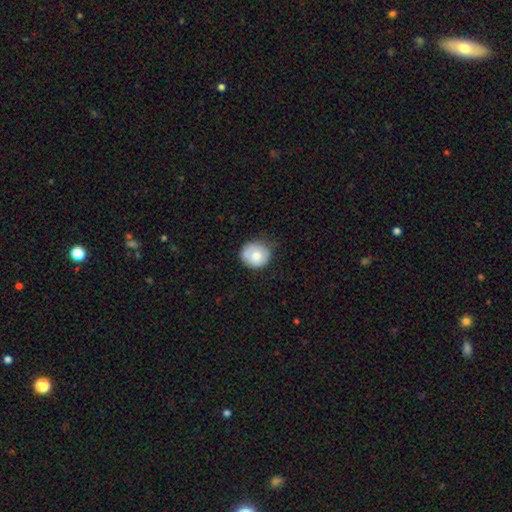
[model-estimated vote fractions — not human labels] This is likely a smooth galaxy (74%). How rounded: clearly round (81%). Merging: likely none (68%).